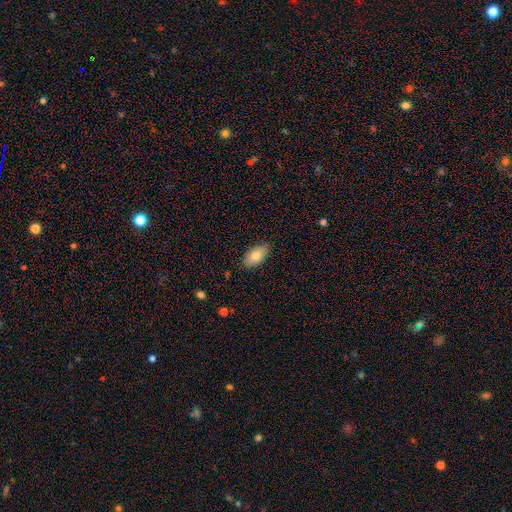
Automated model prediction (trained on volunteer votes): A smooth galaxy with no disk features (76%) that is in between round and cigar-shaped (93%).

Vote fractions:
- Smooth or featured? smooth: 76% / featured or disk: 17% / star or artifact: 7%
- How rounded? in between: 93% / round: 4% / cigar-shaped: 4%
- Merging? none: 86% / minor disturbance: 11% / major disturbance: 2% / merger: 1%